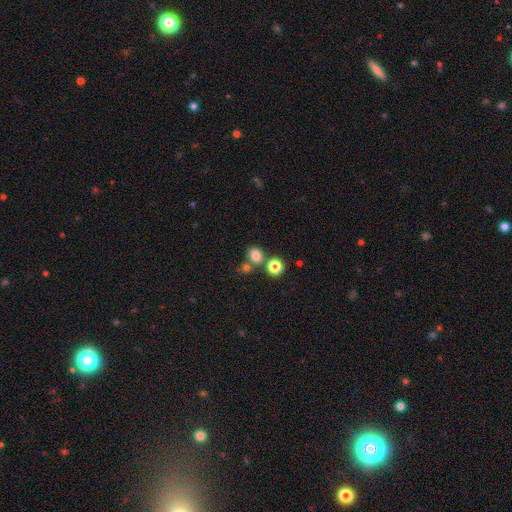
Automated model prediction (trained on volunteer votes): A smooth galaxy with no disk features (78%) that is round (61%).

Vote fractions:
- Smooth or featured? smooth: 78% / star or artifact: 15% / featured or disk: 7%
- How rounded? round: 61% / in between: 38% / cigar-shaped: 1%
- Merging? none: 63% / merger: 22% / minor disturbance: 10% / major disturbance: 4%